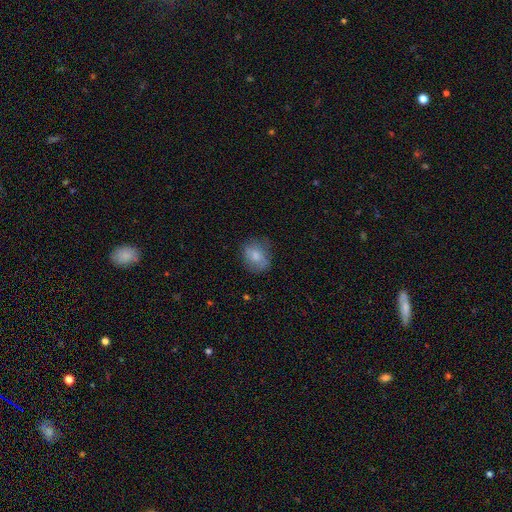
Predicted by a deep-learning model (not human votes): The model was most divided on "how rounded": in between: 52%, round: 47%, cigar-shaped: 1%. More confident: smooth or featured — smooth (75%); merging — none (65%).